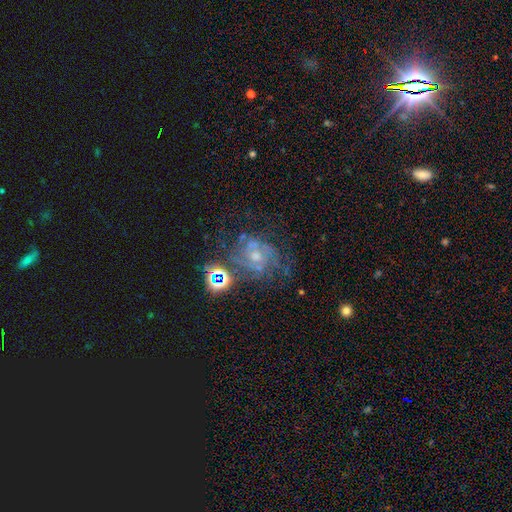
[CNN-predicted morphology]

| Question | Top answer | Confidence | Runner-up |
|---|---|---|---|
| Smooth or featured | featured or disk | 66% | star or artifact (20%) |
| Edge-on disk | no | 97% | yes (3%) |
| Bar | no | 76% | weak (20%) |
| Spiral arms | yes | 76% | no (24%) |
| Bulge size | moderate | 50% | small (36%) |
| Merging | none | 50% | major disturbance (21%) |